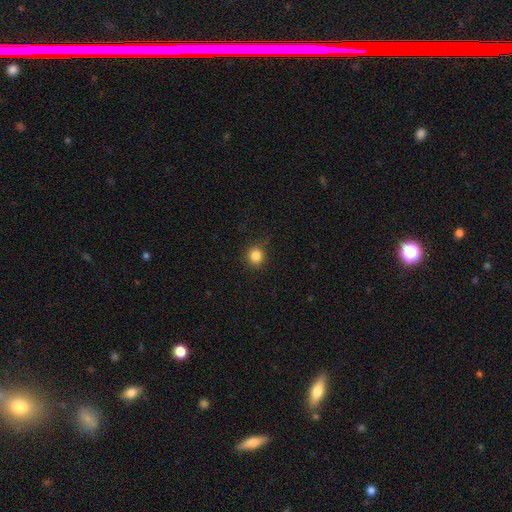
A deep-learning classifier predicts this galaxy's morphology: Smooth or featured?
  - smooth: 84% *
  - star or artifact: 11%
  - featured or disk: 4%
How rounded?
  - round: 88% *
  - in between: 11%
  - cigar-shaped: 1%
Merging?
  - none: 83% *
  - minor disturbance: 13%
  - major disturbance: 3%
  - merger: 1%